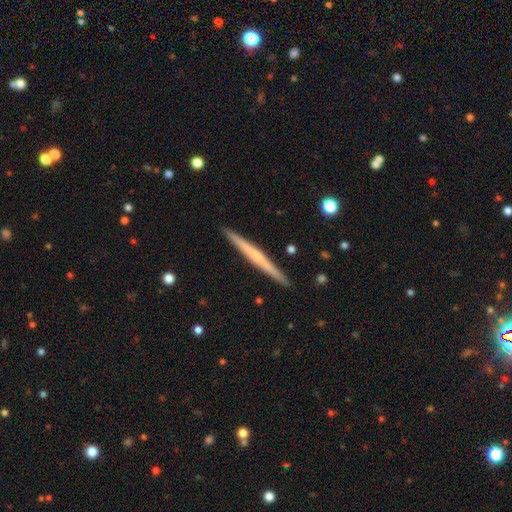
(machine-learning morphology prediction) Smooth or featured?
  - featured or disk: 56% *
  - smooth: 38%
  - star or artifact: 5%
Edge-on disk?
  - yes: 98% *
  - no: 2%
Edge-on bulge?
  - none: 63% *
  - rounded: 31%
  - boxy: 7%
Merging?
  - none: 92% *
  - minor disturbance: 5%
  - merger: 1%
  - major disturbance: 1%